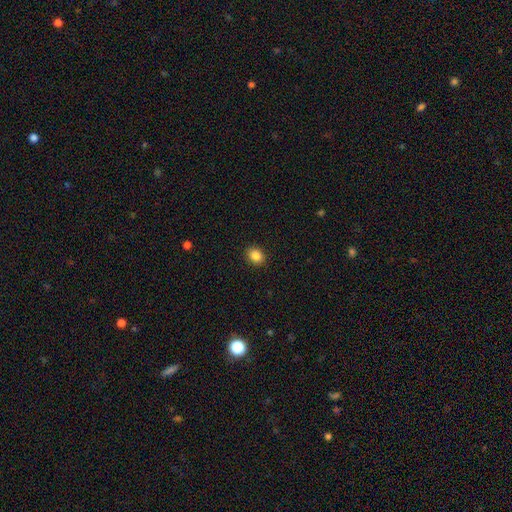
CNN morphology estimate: A smooth galaxy with no disk features (86%) that is round (61%).

Vote fractions:
- Smooth or featured? smooth: 86% / star or artifact: 10% / featured or disk: 4%
- How rounded? round: 61% / in between: 38% / cigar-shaped: 1%
- Merging? none: 91% / minor disturbance: 6% / major disturbance: 2% / merger: 1%